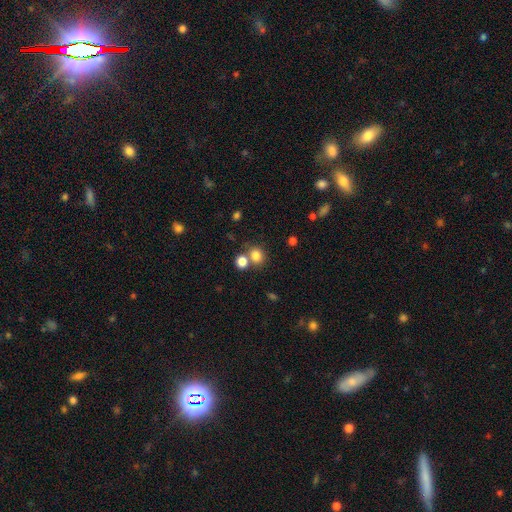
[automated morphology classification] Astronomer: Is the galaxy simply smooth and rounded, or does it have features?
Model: smooth — 80%.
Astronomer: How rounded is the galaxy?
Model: round — 75%.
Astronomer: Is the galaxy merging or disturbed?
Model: none — 59%.